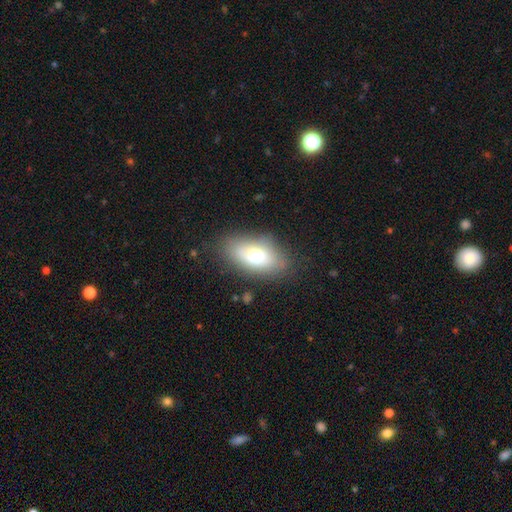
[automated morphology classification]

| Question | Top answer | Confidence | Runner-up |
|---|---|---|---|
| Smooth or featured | smooth | 72% | featured or disk (20%) |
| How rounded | in between | 90% | round (6%) |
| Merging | none | 78% | minor disturbance (16%) |